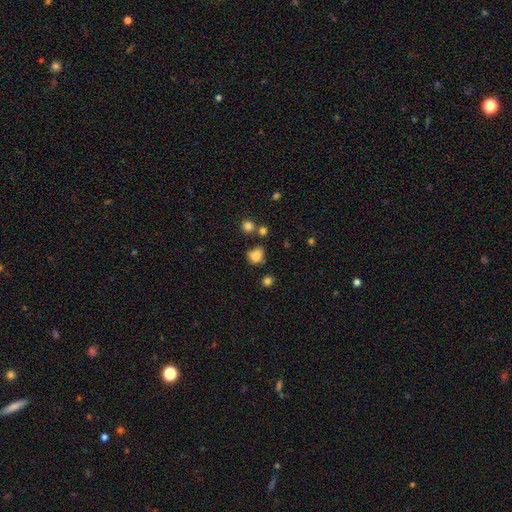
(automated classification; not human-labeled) This is likely a smooth galaxy (79%). How rounded: possibly round (55%). Merging: possibly none (53%).